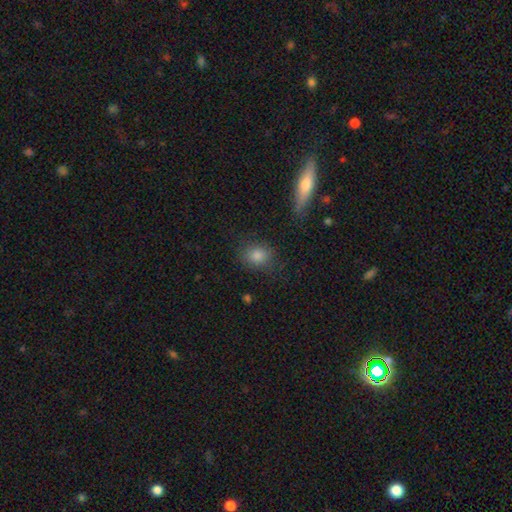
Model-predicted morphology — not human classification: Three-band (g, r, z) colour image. It shows a smooth galaxy with no disk features (78%) that is in between round and cigar-shaped (48%). Merging: none (83%).